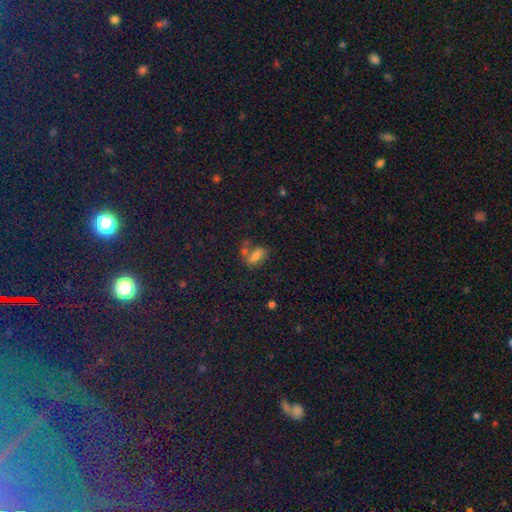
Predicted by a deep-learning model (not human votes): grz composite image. It shows a smooth galaxy with no disk features (62%) that is in between round and cigar-shaped (80%). Merging: none (44%).